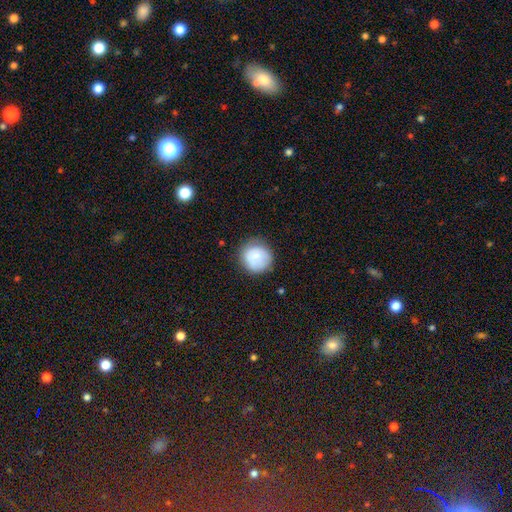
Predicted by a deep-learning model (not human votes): This appears to be a smooth galaxy with no disk features (79%) that is round (92%). Merging: none (76%).